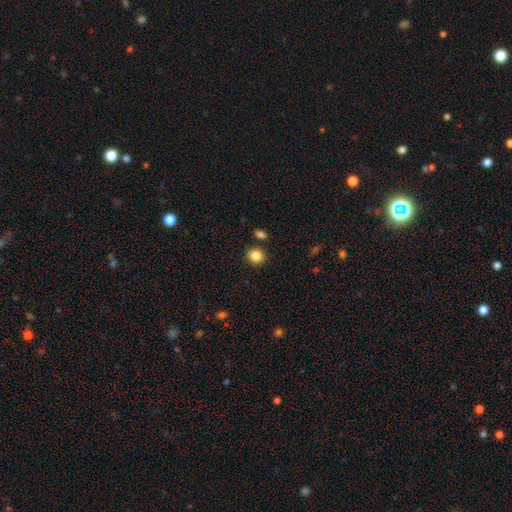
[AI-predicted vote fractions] Smooth or featured: smooth — 85% (star or artifact — 10%)
How rounded: round — 79% (in between — 20%)
Merging: none — 86% (minor disturbance — 7%)